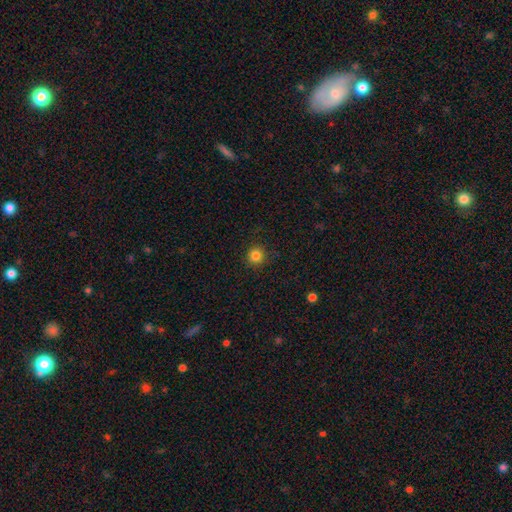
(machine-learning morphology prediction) Overall: smooth (83%). How rounded: round (94%). Merging: none (90%).